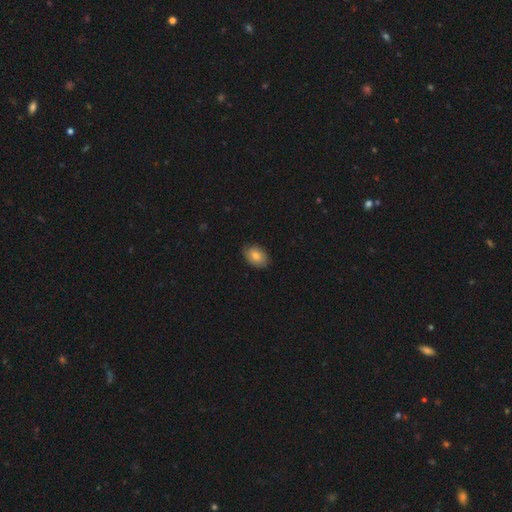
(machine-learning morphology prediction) smooth-or-featured: smooth: 77% | featured or disk: 15% | star or artifact: 8%
  how-rounded: in between: 83% | round: 16% | cigar-shaped: 1%
  merging: none: 81% | minor disturbance: 16% | major disturbance: 2% | merger: 1%